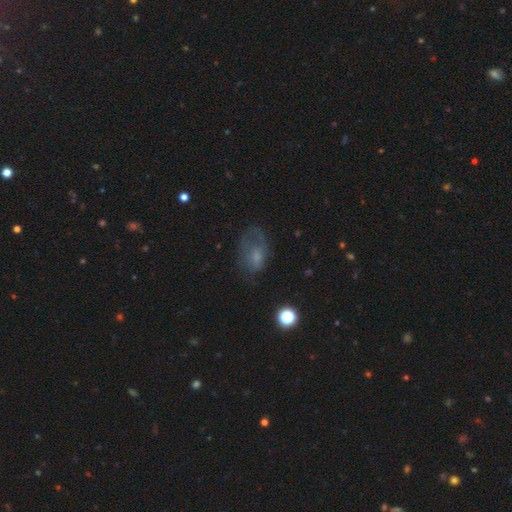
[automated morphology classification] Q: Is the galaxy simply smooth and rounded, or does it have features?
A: smooth — 49%.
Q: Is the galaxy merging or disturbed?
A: none — 42%.